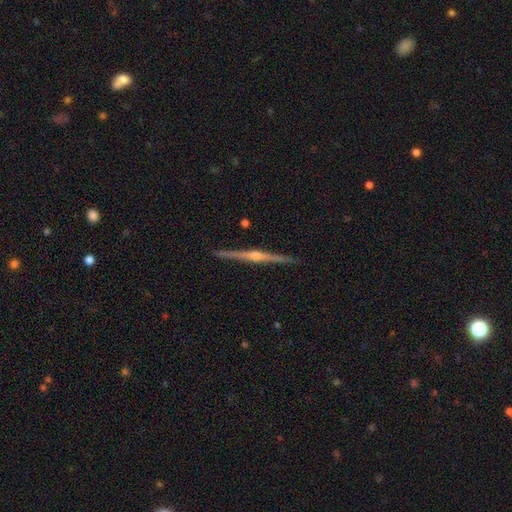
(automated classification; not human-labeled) smooth-or-featured: featured or disk: 85% | smooth: 10% | star or artifact: 5%
  disk-edge-on: yes: 99% | no: 1%
    edge-on-bulge: rounded: 90% | none: 6% | boxy: 5%
  merging: none: 92% | minor disturbance: 6% | major disturbance: 1% | merger: 1%